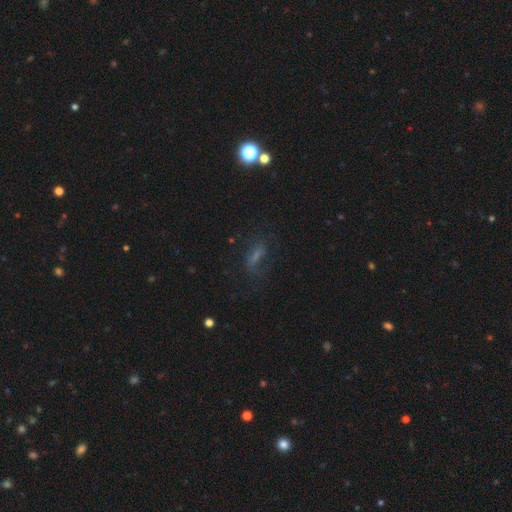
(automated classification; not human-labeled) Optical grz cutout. It shows a smooth galaxy with no disk features (40%). Merging: none (58%).